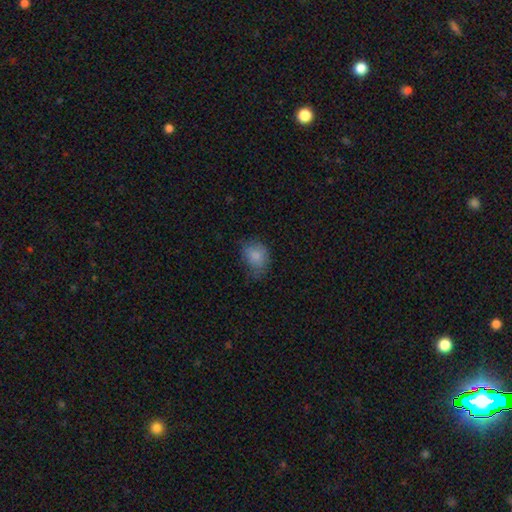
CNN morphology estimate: This appears to be a smooth galaxy with no disk features (82%) that is in between round and cigar-shaped (54%). Merging: none (54%).